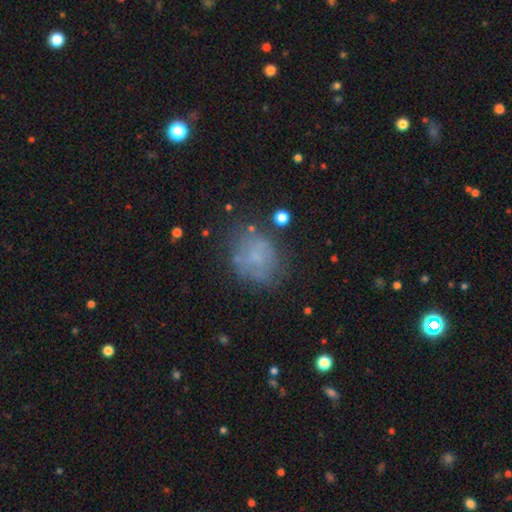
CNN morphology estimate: Smooth or featured?
  - smooth: 50% *
  - featured or disk: 37%
  - star or artifact: 13%
Merging?
  - none: 58% *
  - minor disturbance: 23%
  - major disturbance: 15%
  - merger: 5%